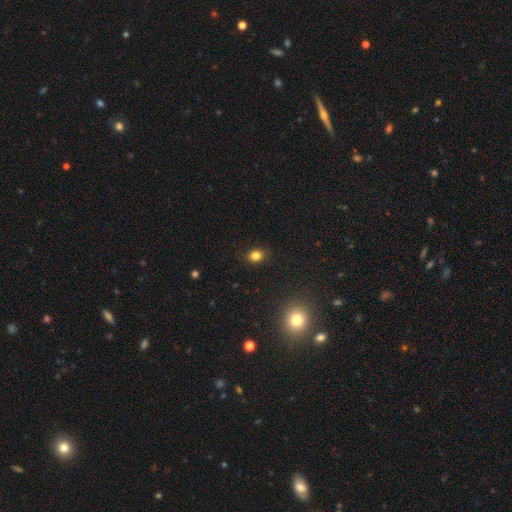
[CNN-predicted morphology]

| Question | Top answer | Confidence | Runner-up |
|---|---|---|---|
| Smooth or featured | smooth | 82% | star or artifact (13%) |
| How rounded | round | 55% | in between (44%) |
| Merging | none | 87% | minor disturbance (9%) |